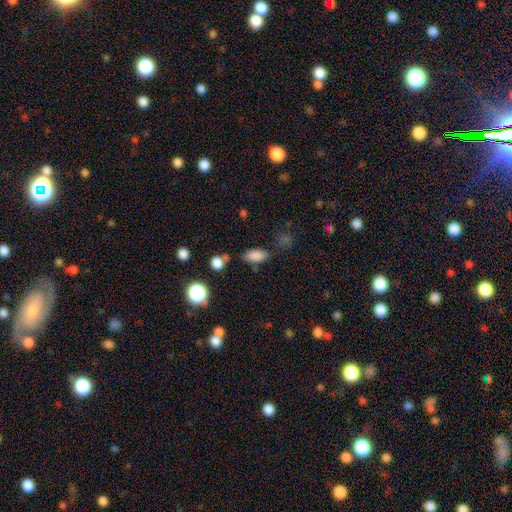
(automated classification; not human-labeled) Smooth or featured?
  - smooth: 82% *
  - star or artifact: 11%
  - featured or disk: 6%
How rounded?
  - in between: 89% *
  - round: 6%
  - cigar-shaped: 6%
Merging?
  - none: 70% *
  - minor disturbance: 18%
  - merger: 7%
  - major disturbance: 6%